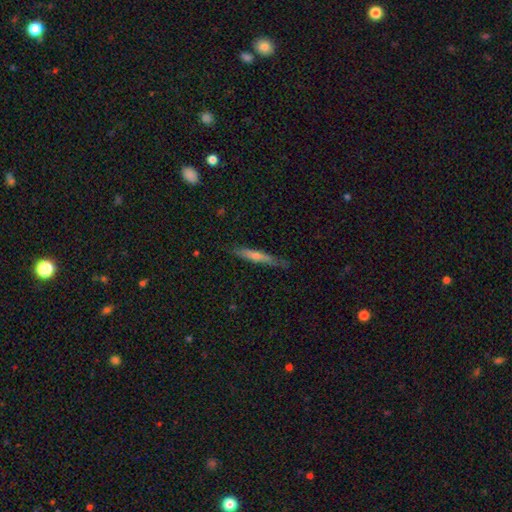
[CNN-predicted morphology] A smooth galaxy with no disk features (48%). Merging: none (79%).